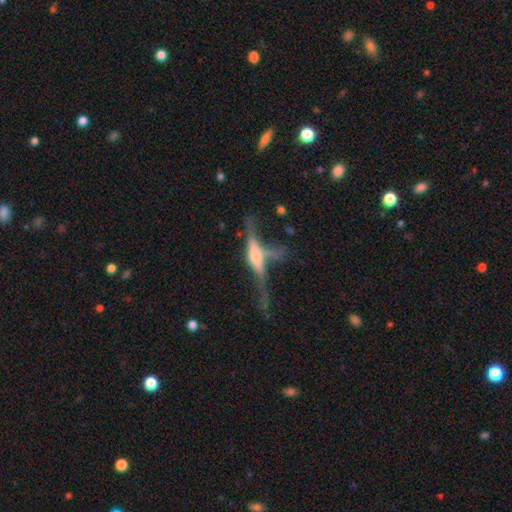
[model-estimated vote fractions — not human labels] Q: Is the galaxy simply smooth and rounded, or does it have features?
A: featured or disk — 63%.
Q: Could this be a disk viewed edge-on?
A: yes — 80%.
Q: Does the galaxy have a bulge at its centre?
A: rounded — 71%.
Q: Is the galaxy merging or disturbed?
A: none — 34%.